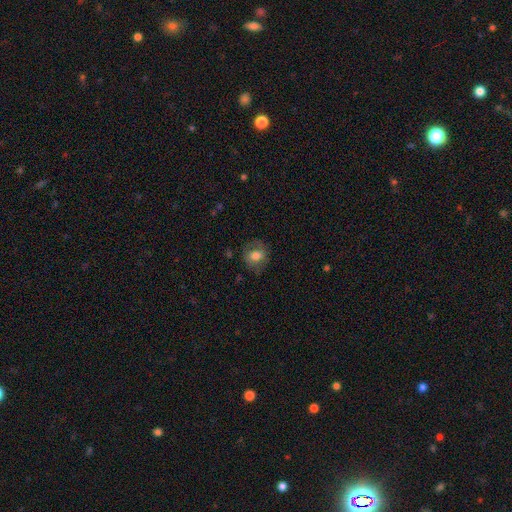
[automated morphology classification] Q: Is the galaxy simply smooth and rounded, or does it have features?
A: smooth — 68%.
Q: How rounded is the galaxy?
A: round — 58%.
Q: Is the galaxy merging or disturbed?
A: none — 72%.